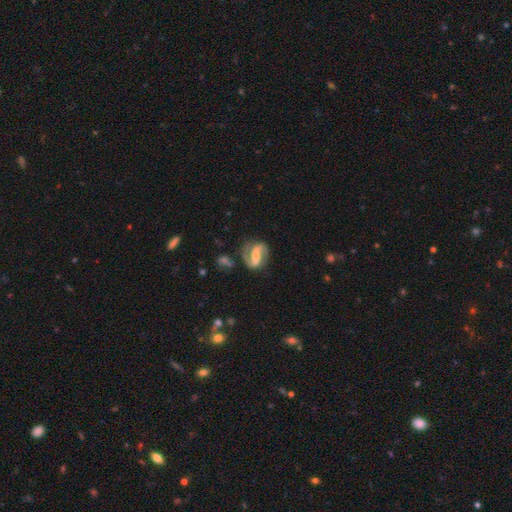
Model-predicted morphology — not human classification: This appears to be a featured or disk galaxy (85%) with a strong bar (54%), 2 (90%) medium (48%) spiral arms (95%) and a small central bulge (38%). Merging: none (71%).